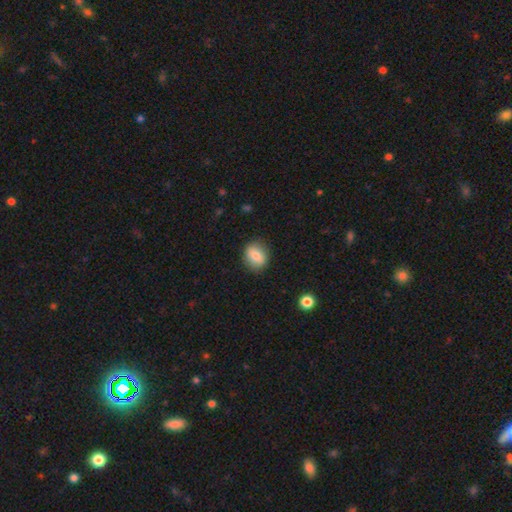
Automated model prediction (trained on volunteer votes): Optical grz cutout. It shows a smooth galaxy with no disk features (75%) that is round (59%). Merging: none (85%).